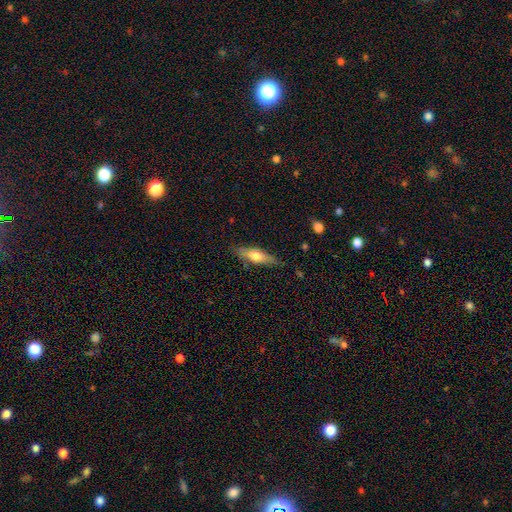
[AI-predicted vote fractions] A smooth galaxy with no disk features (59%) that is cigar-shaped (55%).

Vote fractions:
- Smooth or featured? smooth: 59% / featured or disk: 35% / star or artifact: 6%
- How rounded? cigar-shaped: 55% / in between: 43% / round: 2%
- Merging? none: 79% / minor disturbance: 16% / major disturbance: 3% / merger: 2%